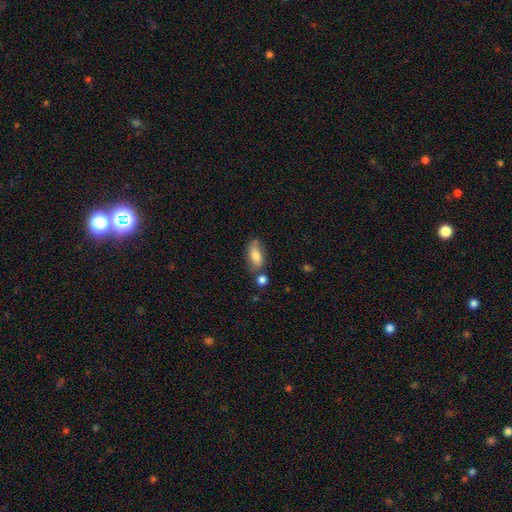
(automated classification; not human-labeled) This is likely a smooth galaxy (73%). How rounded: clearly in between (83%). Merging: possibly none (60%).